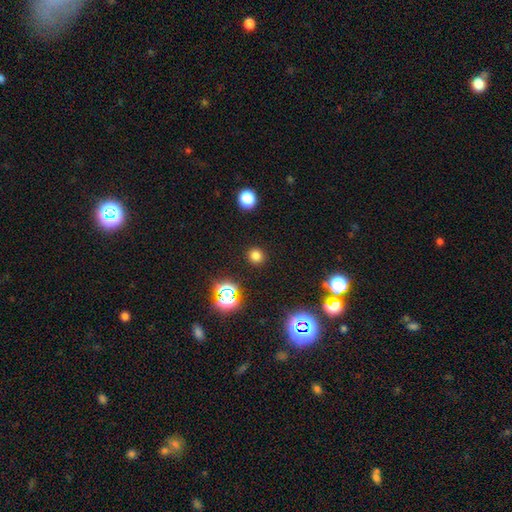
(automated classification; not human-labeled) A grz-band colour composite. It shows a smooth galaxy with no disk features (75%) that is round (92%). Merging: none (90%).